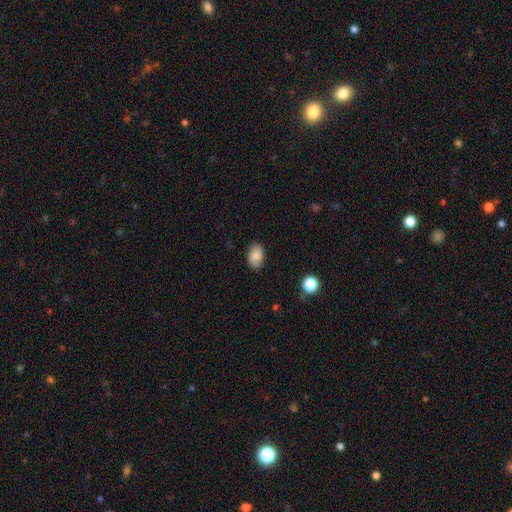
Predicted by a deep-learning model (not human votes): Smooth or featured? smooth (85%)
How rounded? in between (88%)
Merging? none (85%)